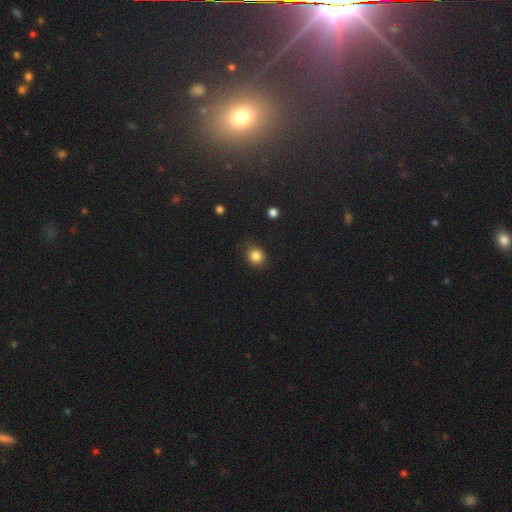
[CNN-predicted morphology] A smooth galaxy with no disk features (84%) that is round (80%). Merging: none (83%).